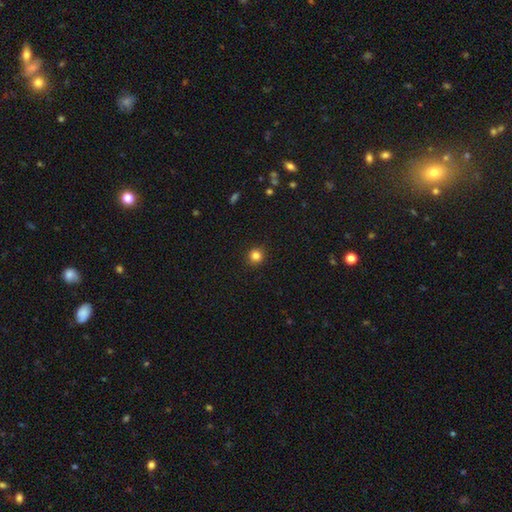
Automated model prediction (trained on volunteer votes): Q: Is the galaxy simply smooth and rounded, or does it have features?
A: smooth — 83%.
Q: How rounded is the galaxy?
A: round — 94%.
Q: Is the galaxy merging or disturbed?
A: none — 92%.